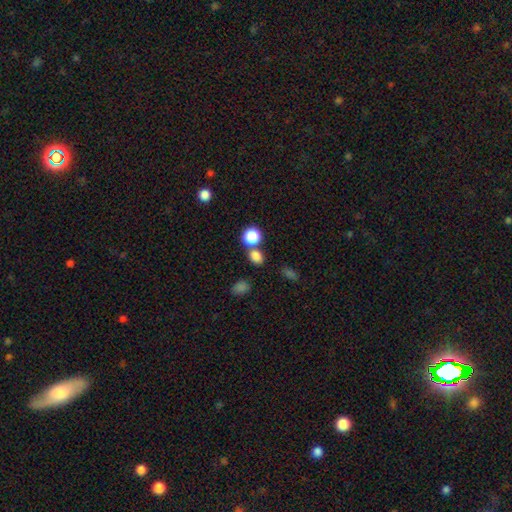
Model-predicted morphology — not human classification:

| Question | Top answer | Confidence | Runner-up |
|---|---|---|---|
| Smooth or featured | smooth | 80% | star or artifact (15%) |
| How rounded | round | 65% | in between (34%) |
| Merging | none | 64% | merger (24%) |